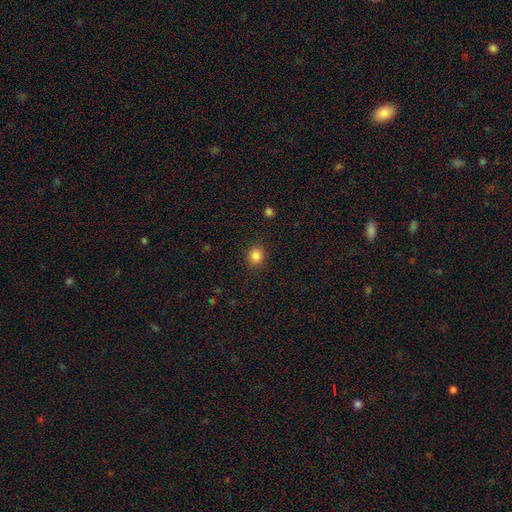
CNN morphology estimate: smooth 85%, star or artifact 11%, featured or disk 3%. Down the decision tree: how rounded — round (85%); merging — none (90%).